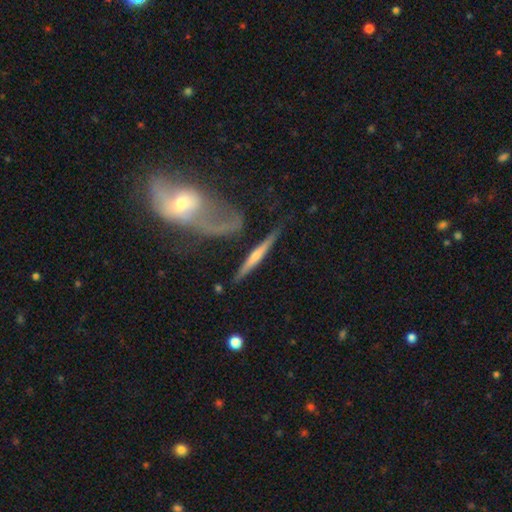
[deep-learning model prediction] smooth-or-featured: featured or disk: 63% | smooth: 31% | star or artifact: 6%
  disk-edge-on: yes: 89% | no: 11%
    edge-on-bulge: rounded: 52% | none: 36% | boxy: 12%
  merging: none: 68% | minor disturbance: 15% | merger: 9% | major disturbance: 8%